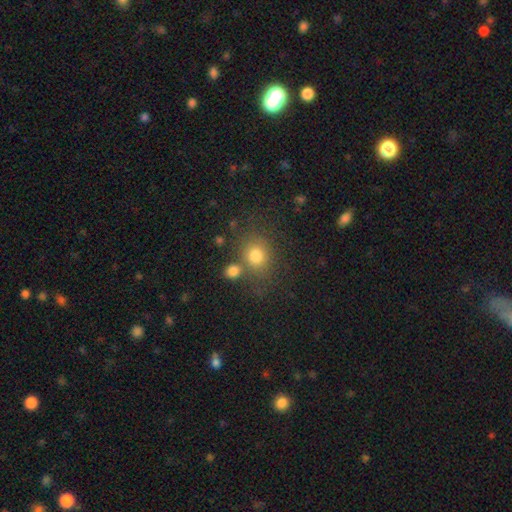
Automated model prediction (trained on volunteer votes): Smooth or featured? smooth (77%)
How rounded? round (67%)
Merging? none (63%)